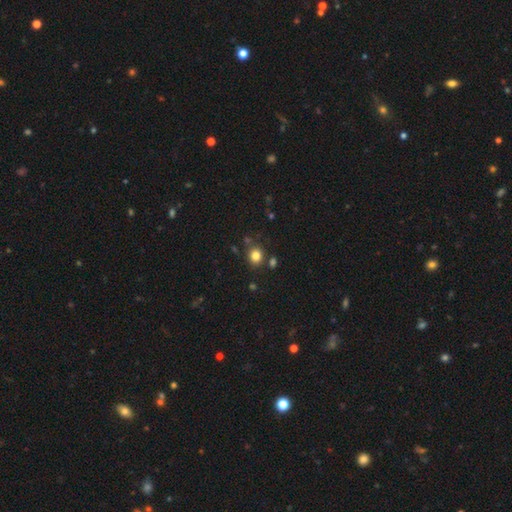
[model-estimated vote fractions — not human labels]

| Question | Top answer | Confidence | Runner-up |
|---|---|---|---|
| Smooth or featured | smooth | 81% | star or artifact (13%) |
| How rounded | round | 76% | in between (23%) |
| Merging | none | 80% | minor disturbance (10%) |